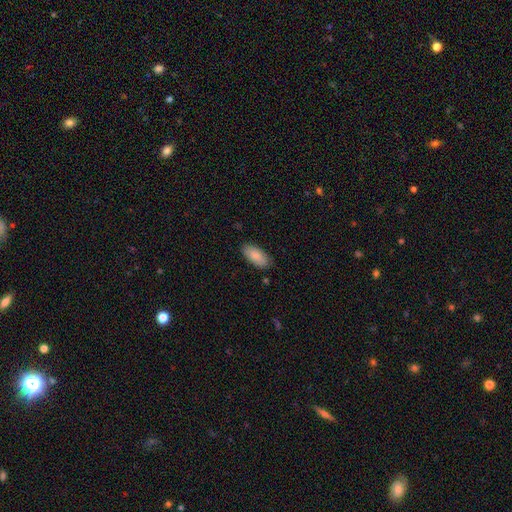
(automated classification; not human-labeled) Smooth or featured: smooth — 86% (featured or disk — 8%)
How rounded: in between — 92% (cigar-shaped — 6%)
Merging: none — 85% (minor disturbance — 12%)